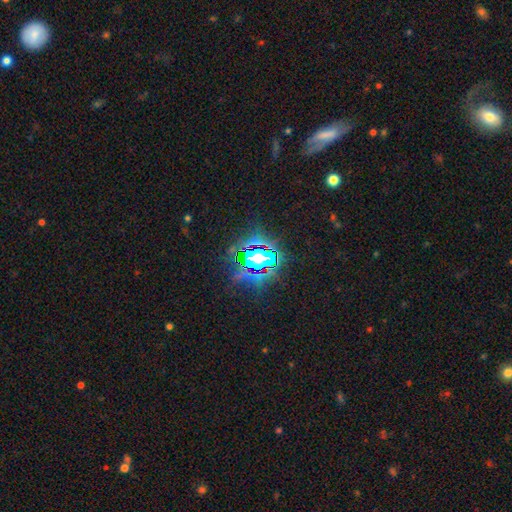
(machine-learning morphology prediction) smooth-or-featured: star or artifact: 81% | smooth: 11% | featured or disk: 8%